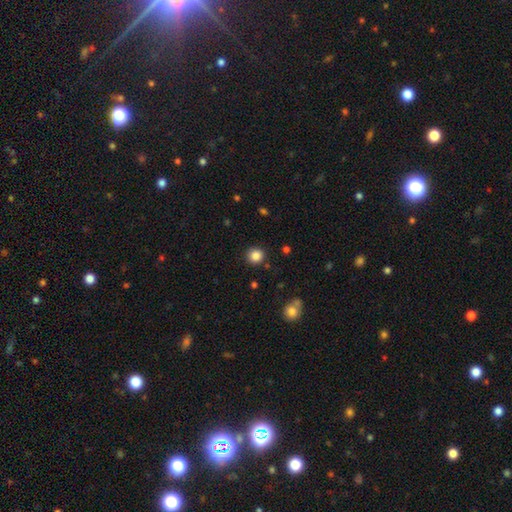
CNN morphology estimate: smooth-or-featured: smooth: 85% | star or artifact: 11% | featured or disk: 4%
  how-rounded: round: 93% | in between: 7% | cigar-shaped: 1%
  merging: none: 89% | minor disturbance: 6% | major disturbance: 2% | merger: 2%